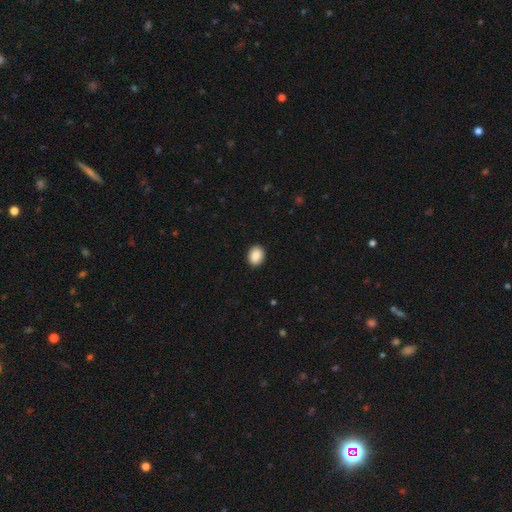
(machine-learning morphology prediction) type=smooth (87%); roundness=round (58%); merging=none (92%).